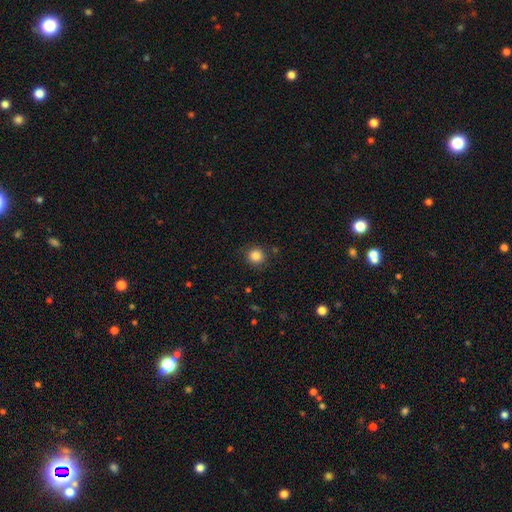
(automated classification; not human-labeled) This appears to be a smooth galaxy with no disk features (85%) that is round (93%). Merging: none (87%).